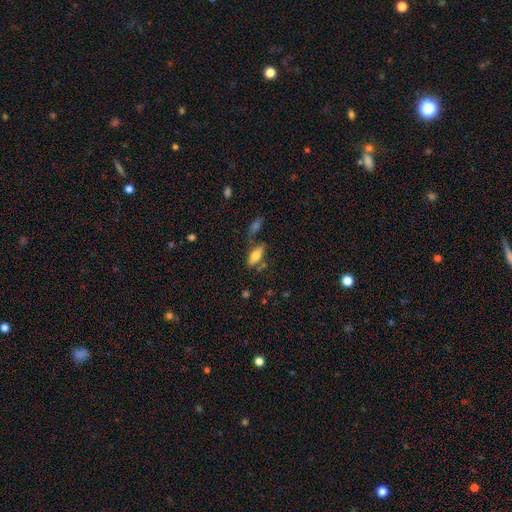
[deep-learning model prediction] This appears to be a smooth galaxy with no disk features (69%) that is in between round and cigar-shaped (78%). Merging: none (62%).